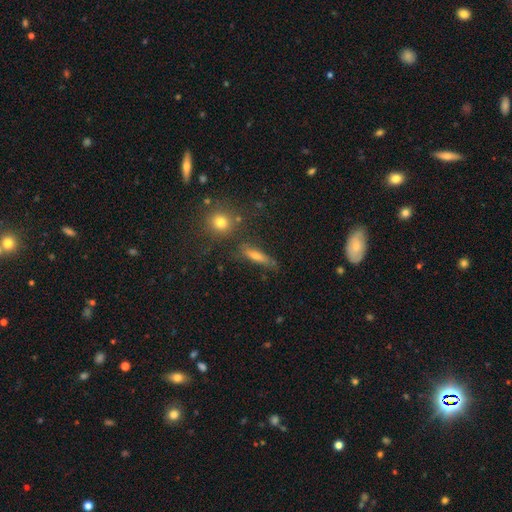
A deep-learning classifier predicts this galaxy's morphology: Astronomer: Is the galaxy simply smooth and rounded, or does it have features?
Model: featured or disk — 41% (runner-up: smooth, 38%).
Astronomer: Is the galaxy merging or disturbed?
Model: none — 69%.